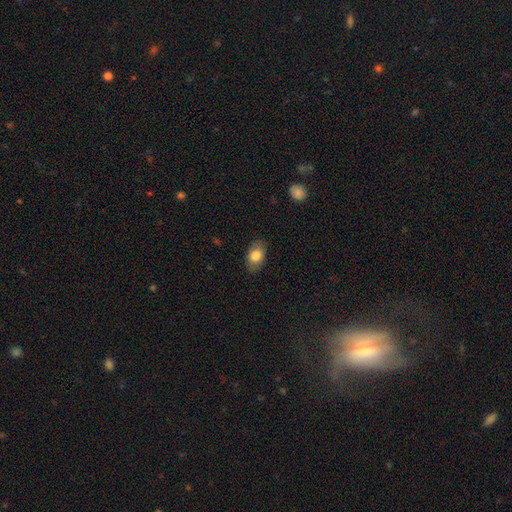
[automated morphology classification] This is clearly a smooth galaxy (81%). How rounded: clearly in between (85%). Merging: clearly none (84%).